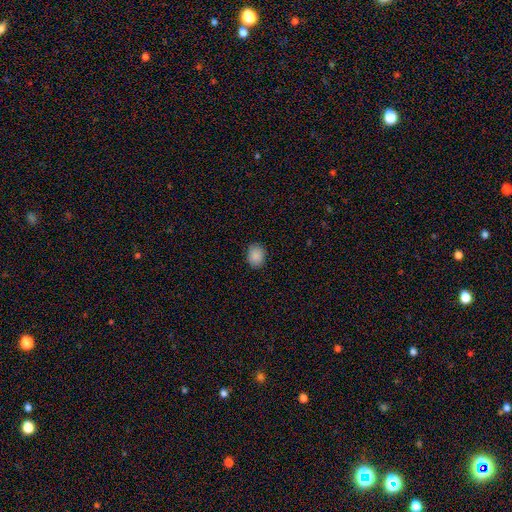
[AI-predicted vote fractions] smooth 88%, star or artifact 9%, featured or disk 3%. Down the decision tree: how rounded — round (50%); merging — none (88%).